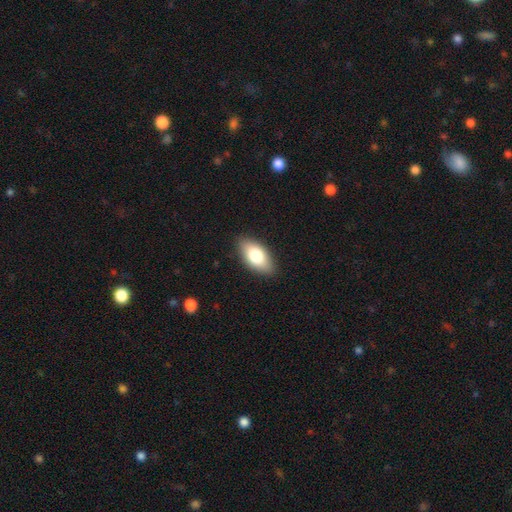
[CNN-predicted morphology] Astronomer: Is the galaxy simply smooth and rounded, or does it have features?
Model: smooth — 80%.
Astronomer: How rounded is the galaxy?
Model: in between — 92%.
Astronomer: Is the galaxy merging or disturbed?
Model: none — 87%.